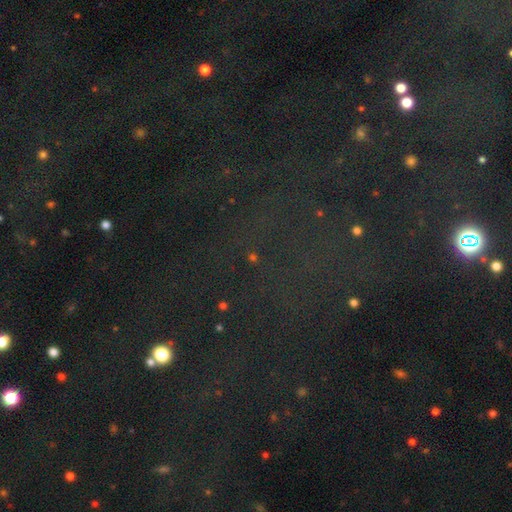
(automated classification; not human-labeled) Q: Smooth or featured?
A: star or artifact (75%); runner-up: smooth (16%)